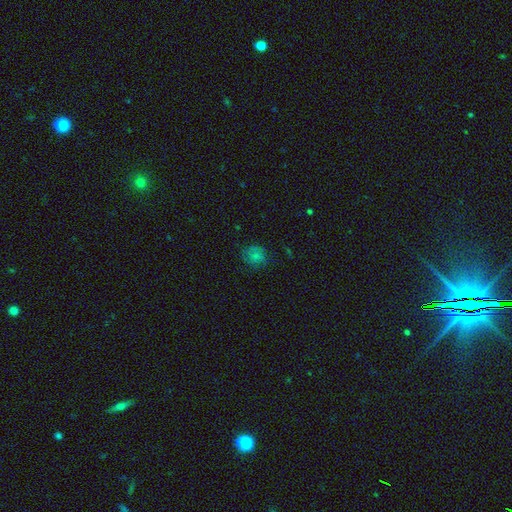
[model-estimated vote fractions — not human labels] Smooth or featured?
  - smooth: 77% *
  - star or artifact: 13%
  - featured or disk: 10%
How rounded?
  - round: 77% *
  - in between: 22%
  - cigar-shaped: 1%
Merging?
  - none: 73% *
  - minor disturbance: 20%
  - major disturbance: 6%
  - merger: 1%